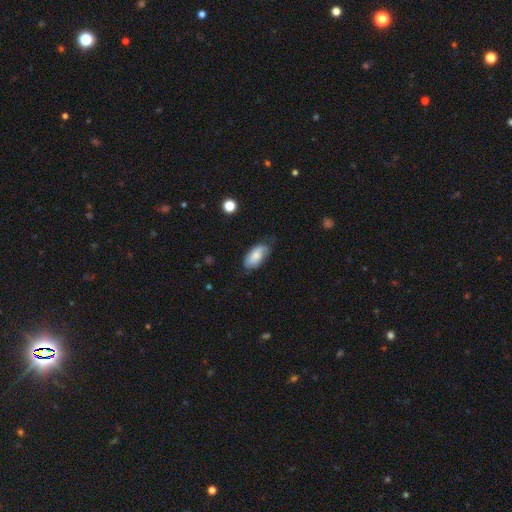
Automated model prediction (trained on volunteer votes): smooth-or-featured: smooth: 77% | featured or disk: 16% | star or artifact: 7%
  how-rounded: in between: 93% | cigar-shaped: 4% | round: 3%
  merging: none: 63% | minor disturbance: 29% | major disturbance: 6% | merger: 1%